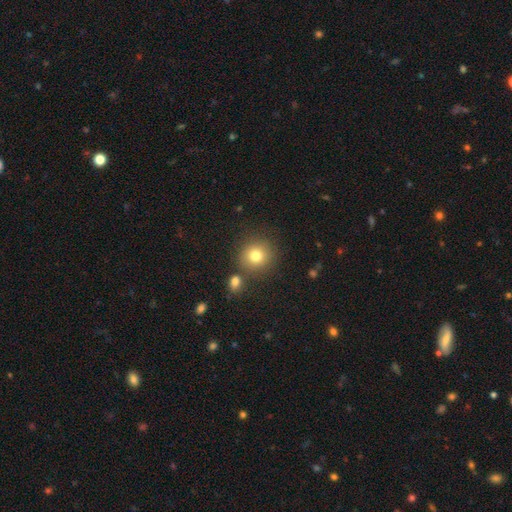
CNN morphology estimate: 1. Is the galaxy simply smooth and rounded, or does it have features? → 78% smooth, 13% star or artifact, 9% featured or disk.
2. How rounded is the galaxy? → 90% round, 9% in between, 1% cigar-shaped.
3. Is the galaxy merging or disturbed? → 78% none, 10% merger, 8% minor disturbance, 3% major disturbance.